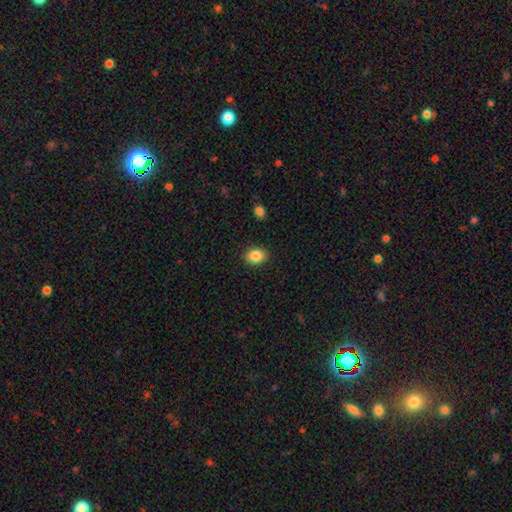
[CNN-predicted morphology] smooth_or_featured: smooth (p=0.87) [alt: star or artifact p=0.09]
how_rounded: in between (p=0.57) [alt: round p=0.43]
merging: none (p=0.89) [alt: minor disturbance p=0.07]